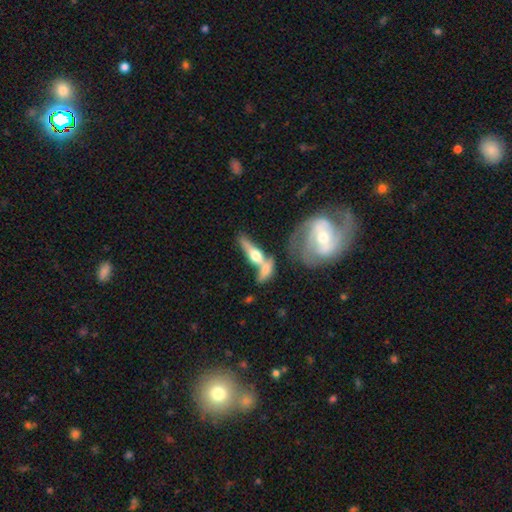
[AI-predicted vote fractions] Smooth or featured? Predicted: featured or disk (p=0.67). Edge-on disk? Predicted: yes (p=0.83). Edge-on bulge? Predicted: rounded (p=0.95). Merging? Predicted: merger (p=0.42).